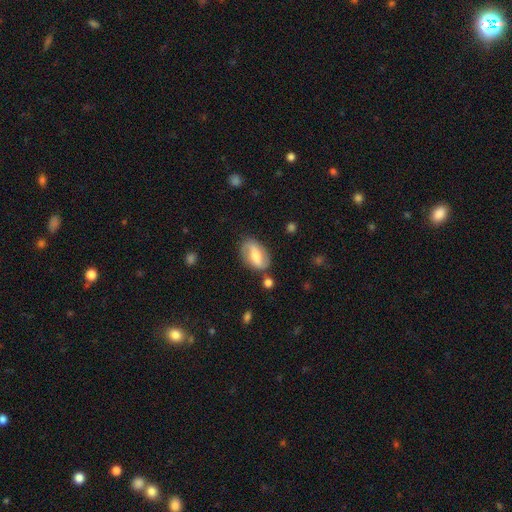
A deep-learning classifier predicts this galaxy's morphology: This appears to be a featured or disk galaxy (60%) with a weak bar (42%), spiral arms (84%) and a moderate central bulge (56%). Merging: none (76%).